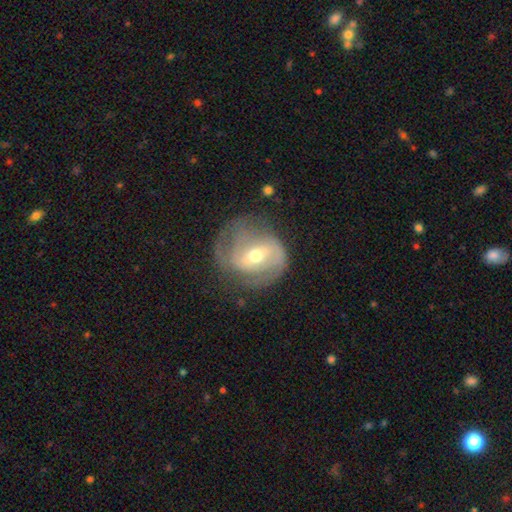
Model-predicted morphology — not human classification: This appears to be a featured or disk galaxy (78%) with a weak bar (43%), 2 (64%) medium (43%) spiral arms (87%) and a moderate central bulge (57%). Merging: none (56%).